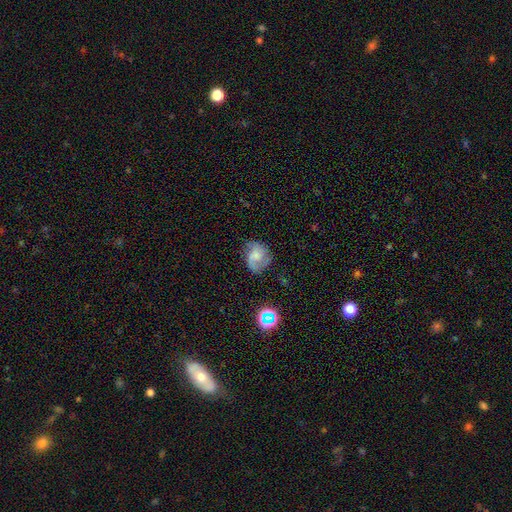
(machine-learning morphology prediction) Smooth or featured?
  - featured or disk: 56% *
  - smooth: 34%
  - star or artifact: 10%
Edge-on disk?
  - no: 98% *
  - yes: 2%
Bar?
  - no: 67% *
  - weak: 29%
  - strong: 5%
Spiral arms?
  - yes: 89% *
  - no: 11%
Bulge size?
  - small: 40% *
  - moderate: 32%
  - none: 21%
  - large: 6%
  - dominant: 2%
Merging?
  - none: 58% *
  - minor disturbance: 26%
  - major disturbance: 14%
  - merger: 2%